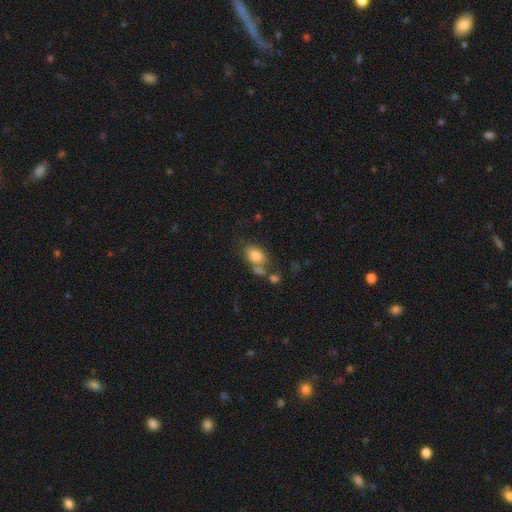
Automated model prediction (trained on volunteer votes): Q: Smooth or featured?
A: smooth (79%); runner-up: featured or disk (11%)
Q: How rounded?
A: in between (78%); runner-up: round (20%)
Q: Merging?
A: none (46%); runner-up: merger (27%)